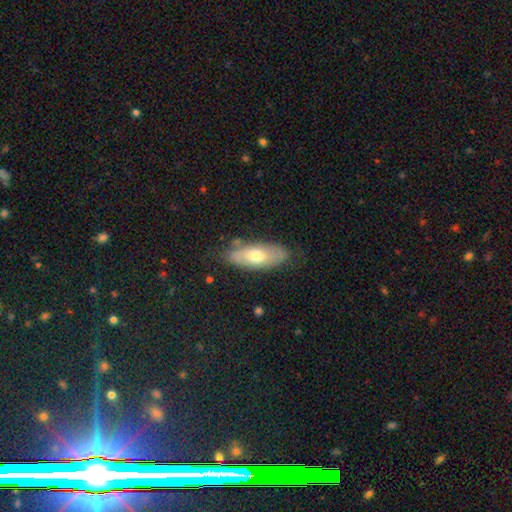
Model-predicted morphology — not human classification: Smooth or featured: smooth — 62% (featured or disk — 32%)
How rounded: in between — 79% (cigar-shaped — 18%)
Merging: none — 76% (minor disturbance — 18%)